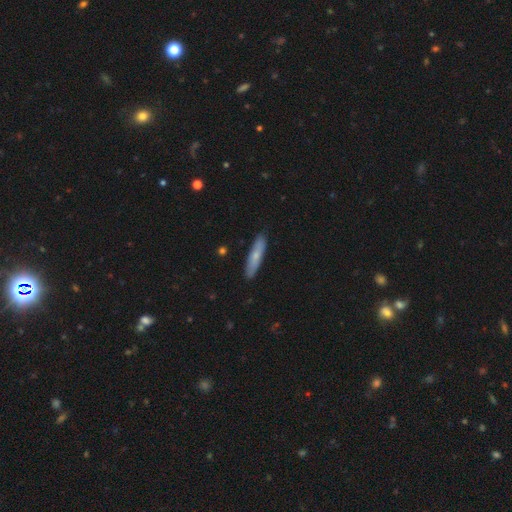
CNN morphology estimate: This is likely a smooth galaxy (67%). How rounded: clearly cigar-shaped (83%). Merging: clearly none (88%).